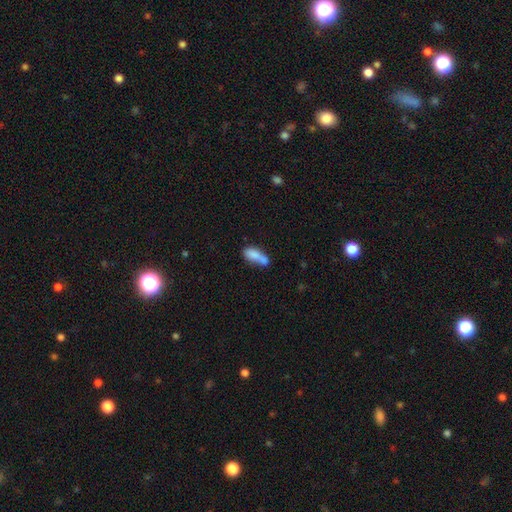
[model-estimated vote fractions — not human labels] smooth 78%, featured or disk 14%, star or artifact 8%. Down the decision tree: how rounded — in between (67%); merging — merger (41%).